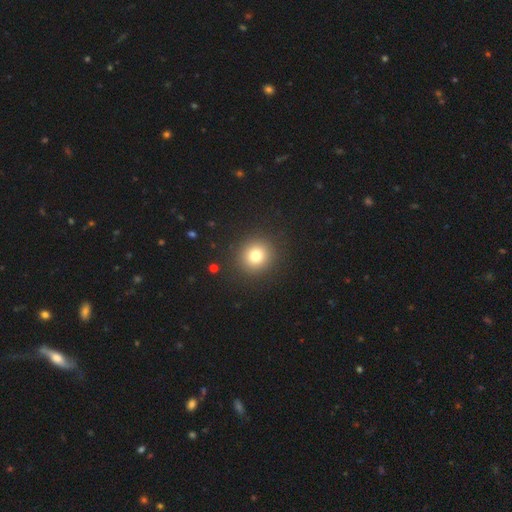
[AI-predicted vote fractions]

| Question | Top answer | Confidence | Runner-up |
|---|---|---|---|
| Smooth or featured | smooth | 78% | star or artifact (13%) |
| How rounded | round | 91% | in between (8%) |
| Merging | none | 91% | minor disturbance (5%) |